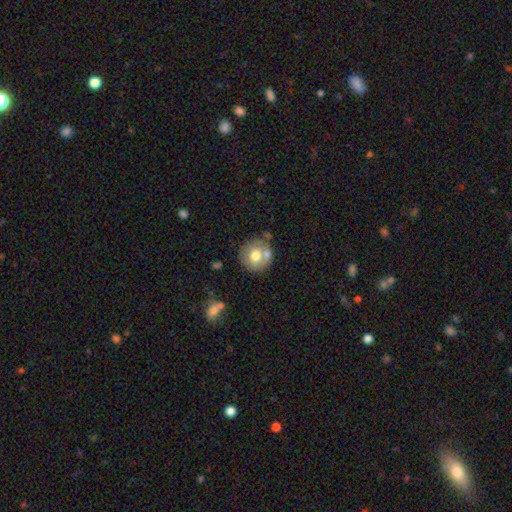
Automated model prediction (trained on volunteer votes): Smooth or featured?
  - smooth: 67% *
  - featured or disk: 24%
  - star or artifact: 9%
How rounded?
  - round: 91% *
  - in between: 8%
  - cigar-shaped: 1%
Merging?
  - none: 69% *
  - merger: 16%
  - minor disturbance: 12%
  - major disturbance: 4%